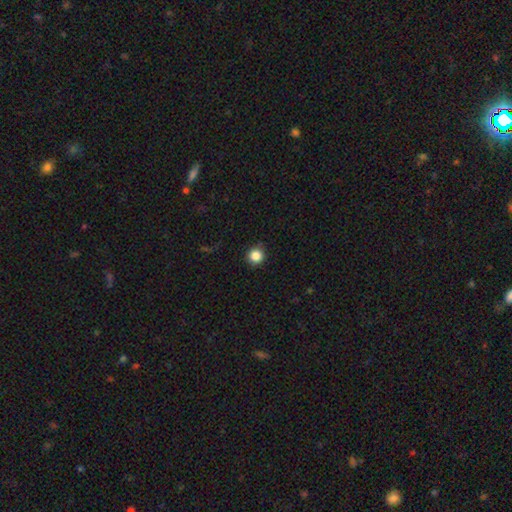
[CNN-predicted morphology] Overall: smooth (85%). How rounded: round (95%). Merging: none (89%).